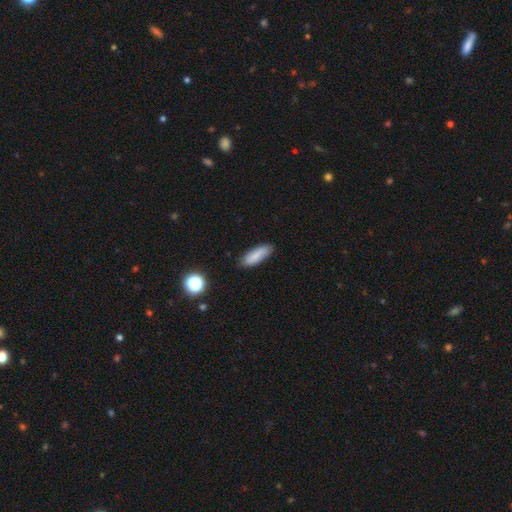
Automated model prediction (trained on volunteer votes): Smooth or featured: smooth — 82% (featured or disk — 11%)
How rounded: in between — 59% (cigar-shaped — 39%)
Merging: none — 85% (minor disturbance — 12%)